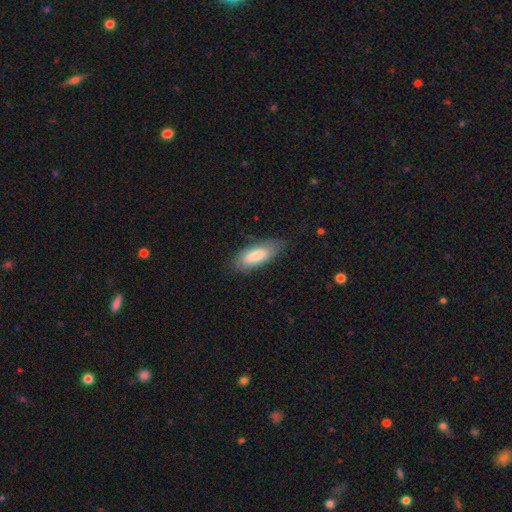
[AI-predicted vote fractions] A smooth galaxy with no disk features (82%) that is in between round and cigar-shaped (77%).

Vote fractions:
- Smooth or featured? smooth: 82% / featured or disk: 12% / star or artifact: 6%
- How rounded? in between: 77% / cigar-shaped: 21% / round: 2%
- Merging? none: 75% / minor disturbance: 19% / major disturbance: 5% / merger: 1%